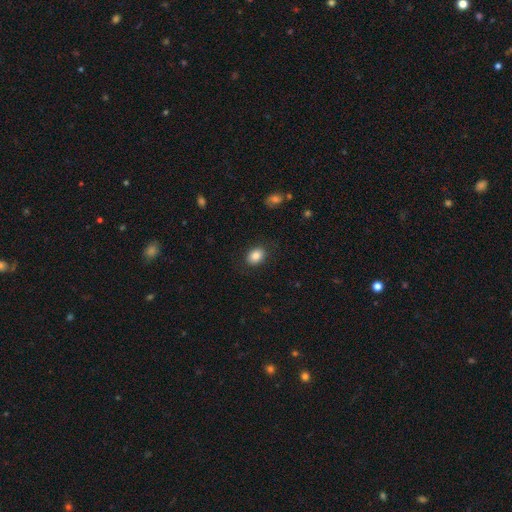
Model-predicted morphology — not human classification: A smooth galaxy with no disk features (85%) that is in between round and cigar-shaped (72%).

Vote fractions:
- Smooth or featured? smooth: 85% / star or artifact: 8% / featured or disk: 6%
- How rounded? in between: 72% / round: 27% / cigar-shaped: 1%
- Merging? none: 86% / minor disturbance: 10% / major disturbance: 3% / merger: 1%